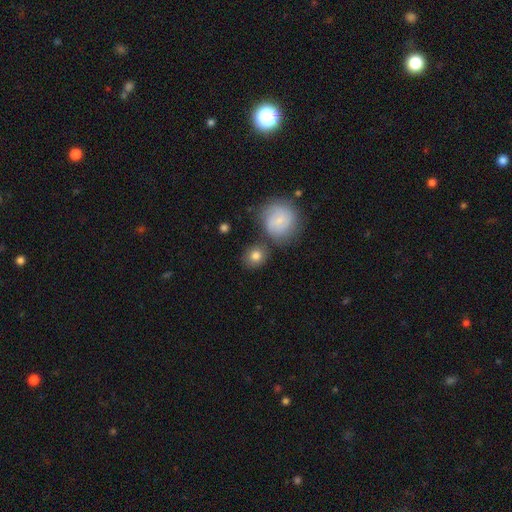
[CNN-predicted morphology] Overall: smooth (80%). How rounded: round (82%). Merging: none (74%).